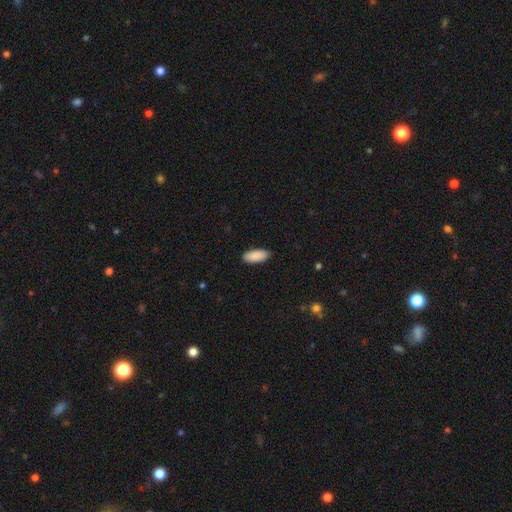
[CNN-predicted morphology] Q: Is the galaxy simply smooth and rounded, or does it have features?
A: smooth — 91%.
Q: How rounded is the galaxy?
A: in between — 83%.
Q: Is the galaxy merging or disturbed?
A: none — 89%.